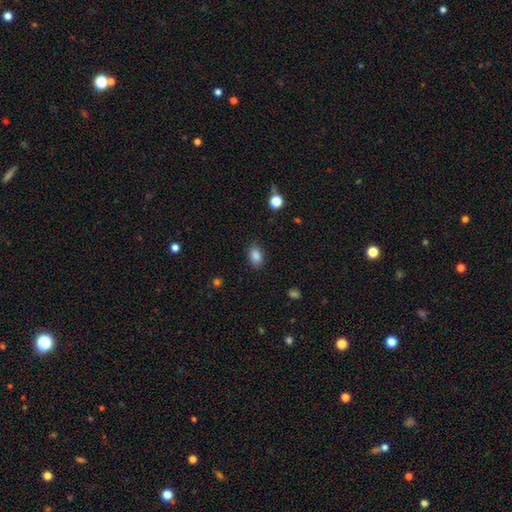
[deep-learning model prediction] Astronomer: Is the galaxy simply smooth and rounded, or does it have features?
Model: smooth — 86%.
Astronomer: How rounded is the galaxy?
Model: in between — 82%.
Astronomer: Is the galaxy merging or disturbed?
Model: none — 85%.